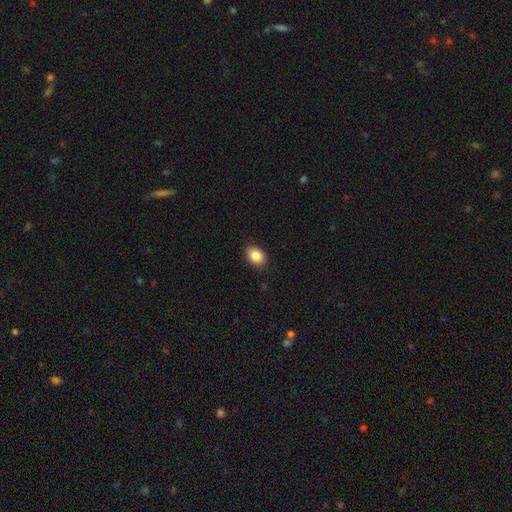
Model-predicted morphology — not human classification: smooth 88%, star or artifact 8%, featured or disk 4%. Down the decision tree: how rounded — in between (73%); merging — none (89%).